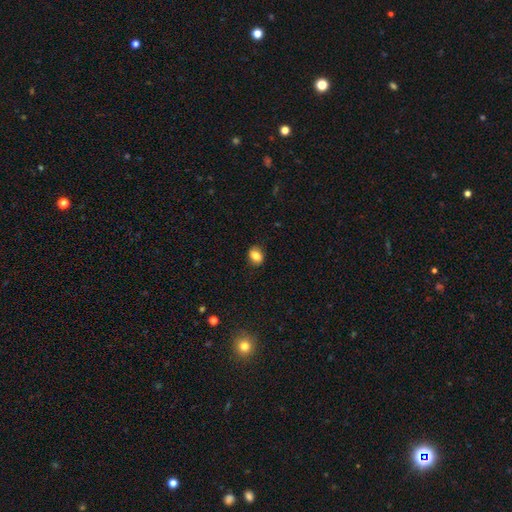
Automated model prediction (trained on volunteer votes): A smooth galaxy with no disk features (81%) that is in between round and cigar-shaped (52%).

Vote fractions:
- Smooth or featured? smooth: 81% / star or artifact: 9% / featured or disk: 9%
- How rounded? in between: 52% / round: 46% / cigar-shaped: 1%
- Merging? none: 86% / minor disturbance: 11% / major disturbance: 3% / merger: 1%